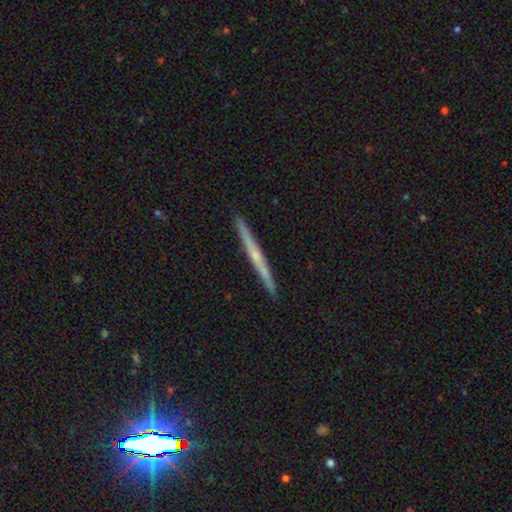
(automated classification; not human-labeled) Morphology: type=featured or disk (65%); edge-on=yes (98%); edge-on bulge=none (52%); merging=none (93%).